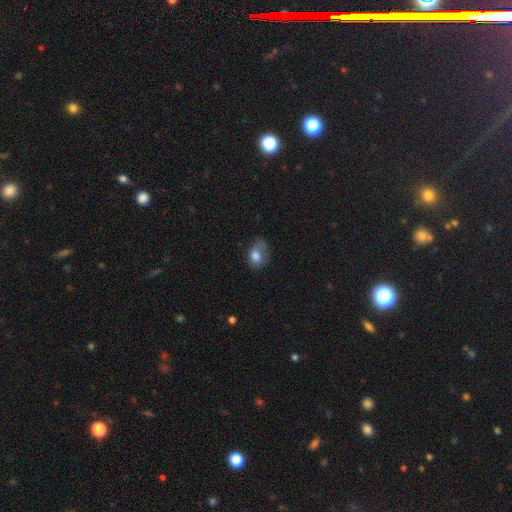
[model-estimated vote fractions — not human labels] smooth 74%, featured or disk 17%, star or artifact 10%. Down the decision tree: how rounded — in between (66%); merging — major disturbance (34%, tied with minor disturbance).